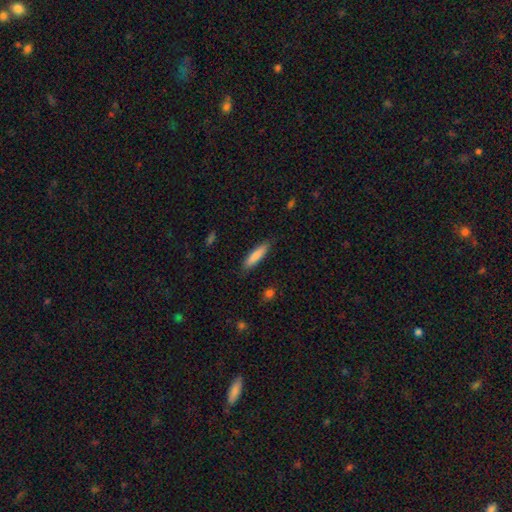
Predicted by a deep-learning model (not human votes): Smooth or featured: smooth — 83% (featured or disk — 11%)
How rounded: cigar-shaped — 78% (in between — 20%)
Merging: none — 86% (minor disturbance — 11%)